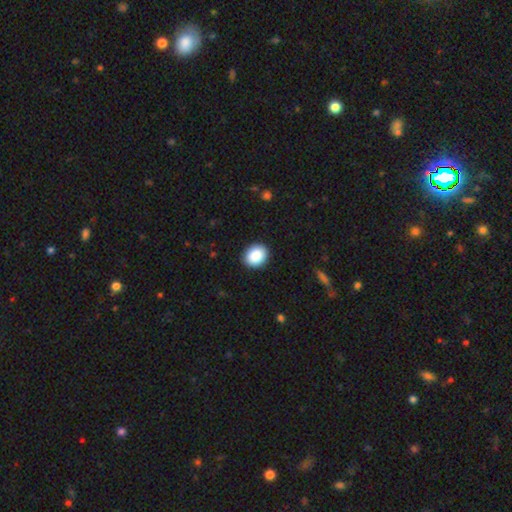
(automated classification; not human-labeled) Morphology: type=smooth (89%); roundness=round (58%); merging=none (91%).